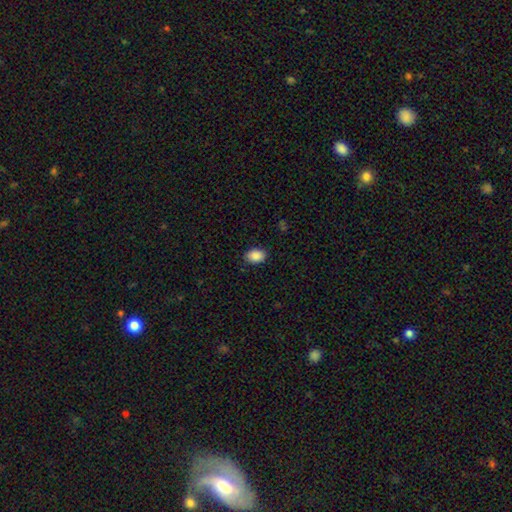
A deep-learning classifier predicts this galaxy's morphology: smooth 89%, star or artifact 8%, featured or disk 3%. Down the decision tree: how rounded — in between (82%); merging — none (86%).